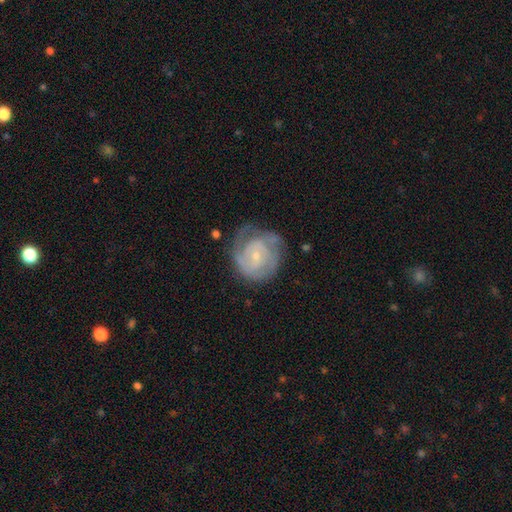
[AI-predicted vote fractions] Smooth or featured? featured or disk (77%)
Edge-on disk? no (98%)
Bar? no (54%)
Spiral arms? yes (91%)
Spiral winding? tight (60%)
Spiral arm count? 2 (36%)
Bulge size? small (73%)
Merging? none (61%)